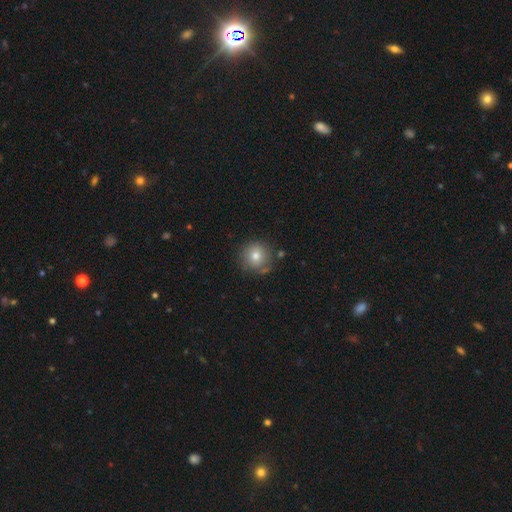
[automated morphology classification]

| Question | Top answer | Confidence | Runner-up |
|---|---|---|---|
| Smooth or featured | smooth | 77% | featured or disk (13%) |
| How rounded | round | 91% | in between (8%) |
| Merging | none | 77% | minor disturbance (15%) |